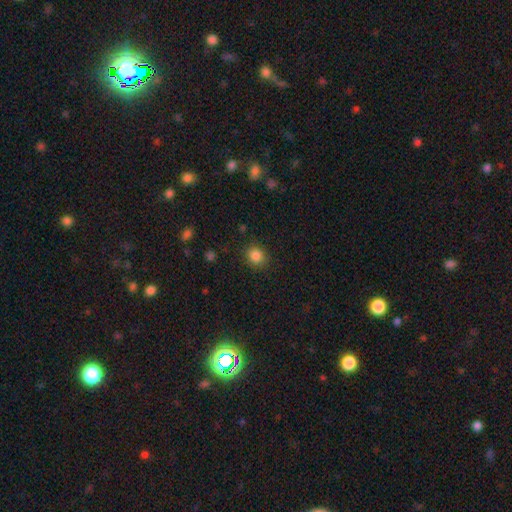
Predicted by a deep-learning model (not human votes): Overall: smooth (85%). How rounded: round (80%). Merging: none (87%).